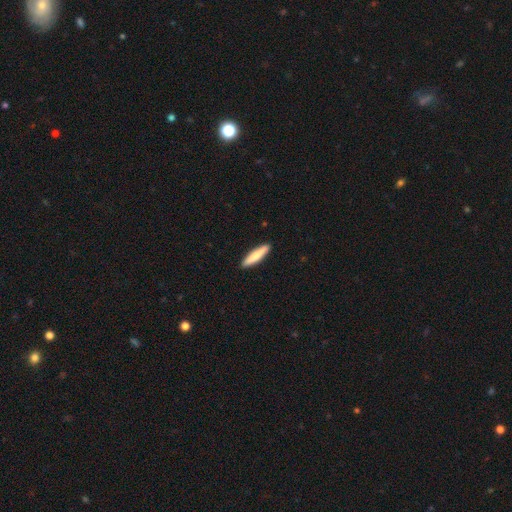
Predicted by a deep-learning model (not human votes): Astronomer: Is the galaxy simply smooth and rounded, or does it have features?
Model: smooth — 76%.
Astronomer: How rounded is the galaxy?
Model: cigar-shaped — 86%.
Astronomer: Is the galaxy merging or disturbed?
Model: none — 92%.